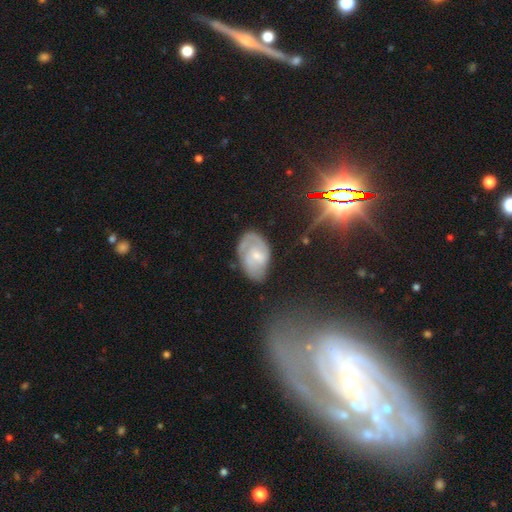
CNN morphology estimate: smooth-or-featured: featured or disk: 62% | smooth: 30% | star or artifact: 8%
  disk-edge-on: no: 96% | yes: 4%
    bar: weak: 48% | no: 43% | strong: 9%
    has-spiral-arms: yes: 82% | no: 18%
    bulge-size: small: 52% | moderate: 36% | none: 8% | large: 3% | dominant: 1%
  merging: none: 62% | minor disturbance: 25% | major disturbance: 9% | merger: 3%